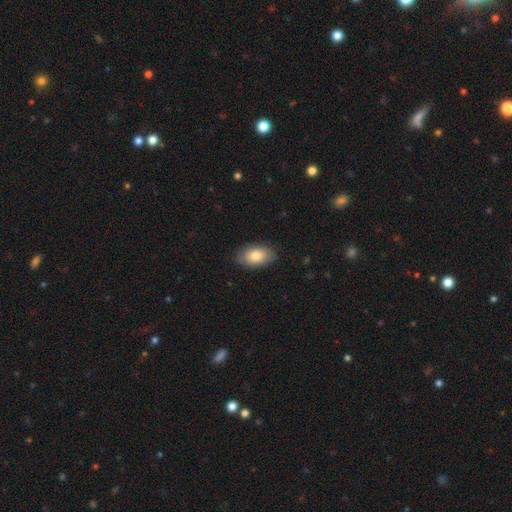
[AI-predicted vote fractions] Smooth or featured?
  - smooth: 81% *
  - featured or disk: 13%
  - star or artifact: 7%
How rounded?
  - in between: 93% *
  - round: 6%
  - cigar-shaped: 2%
Merging?
  - none: 85% *
  - minor disturbance: 11%
  - major disturbance: 2%
  - merger: 1%